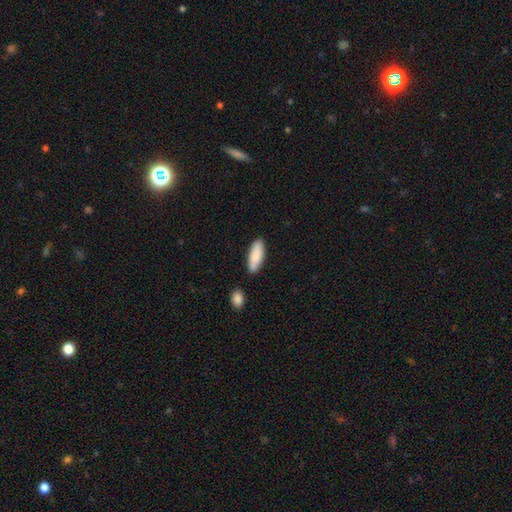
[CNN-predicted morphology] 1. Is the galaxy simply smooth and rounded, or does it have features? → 86% smooth, 9% featured or disk, 5% star or artifact.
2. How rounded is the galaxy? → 67% in between, 31% cigar-shaped, 2% round.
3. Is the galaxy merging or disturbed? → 80% none, 13% minor disturbance, 5% merger, 2% major disturbance.